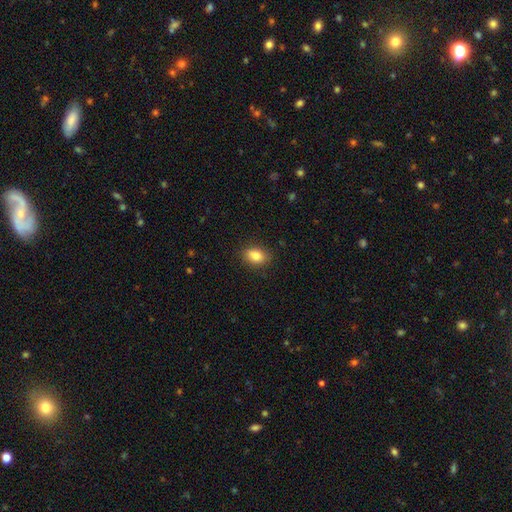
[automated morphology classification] The model was most divided on "how rounded": in between: 77%, round: 21%, cigar-shaped: 2%. More confident: merging — none (87%); smooth or featured — smooth (84%).